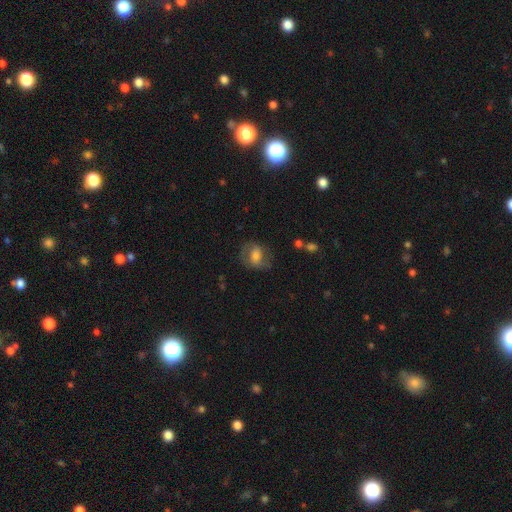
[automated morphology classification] This is possibly a smooth galaxy (56%). How rounded: possibly in between (55%). Merging: likely none (64%).